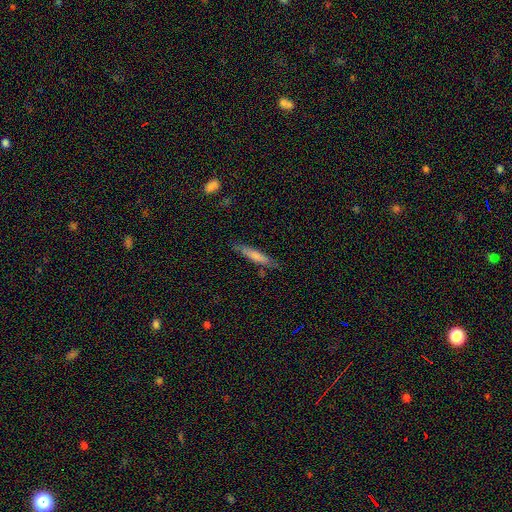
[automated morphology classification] A smooth galaxy with no disk features (69%) that is cigar-shaped (90%). Merging: none (79%).